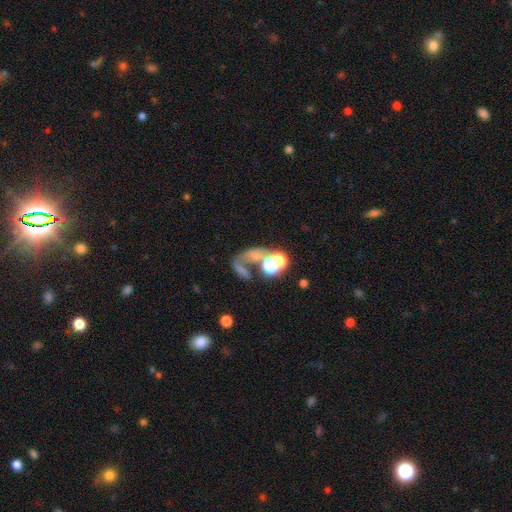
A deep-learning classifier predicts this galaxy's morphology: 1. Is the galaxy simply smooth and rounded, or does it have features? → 42% smooth, 31% featured or disk, 28% star or artifact.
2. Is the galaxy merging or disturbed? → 45% merger, 25% major disturbance, 22% none, 9% minor disturbance.